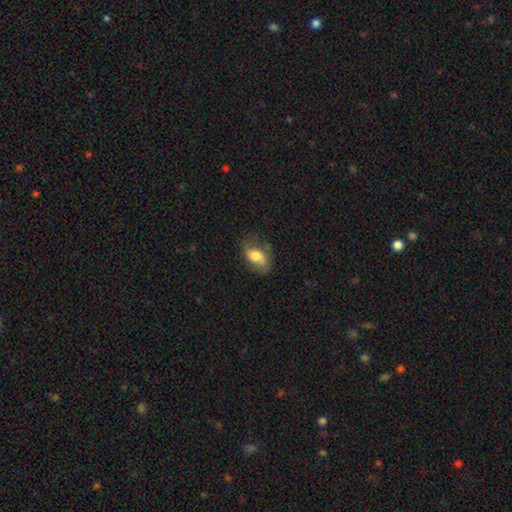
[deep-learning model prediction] Q: Smooth or featured?
A: smooth (67%); runner-up: featured or disk (25%)
Q: How rounded?
A: in between (86%); runner-up: round (11%)
Q: Merging?
A: none (54%); runner-up: minor disturbance (29%)